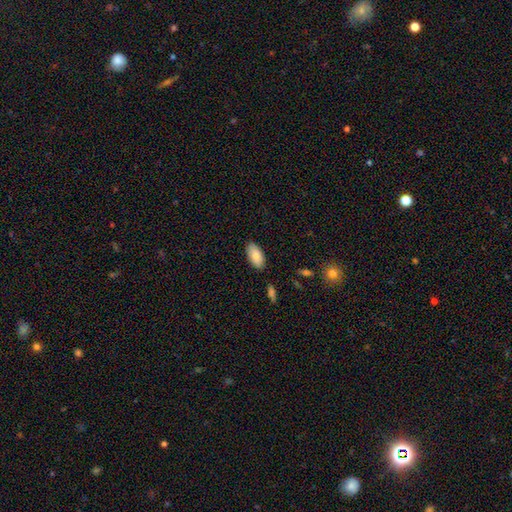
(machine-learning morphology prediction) This is clearly a smooth galaxy (87%). How rounded: clearly in between (94%). Merging: clearly none (85%).